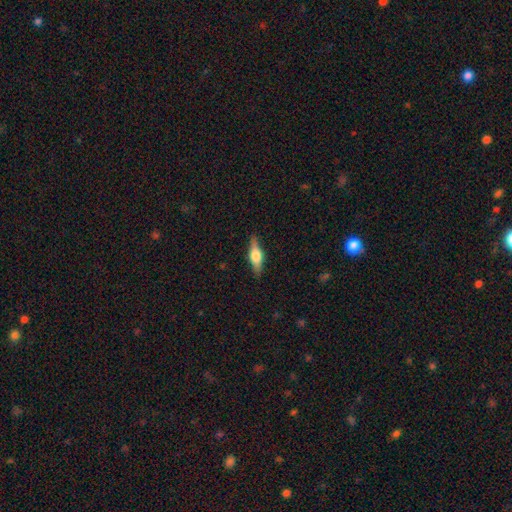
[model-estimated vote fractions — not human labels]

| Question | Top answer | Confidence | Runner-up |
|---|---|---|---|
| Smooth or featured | featured or disk | 51% | smooth (43%) |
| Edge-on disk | yes | 94% | no (6%) |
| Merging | none | 86% | minor disturbance (10%) |